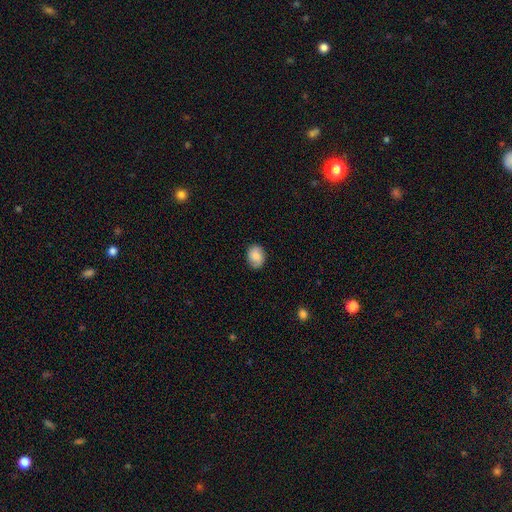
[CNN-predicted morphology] Smooth or featured?
  - smooth: 76% *
  - featured or disk: 16%
  - star or artifact: 8%
How rounded?
  - in between: 53% *
  - round: 46%
  - cigar-shaped: 1%
Merging?
  - none: 85% *
  - minor disturbance: 12%
  - major disturbance: 3%
  - merger: 1%